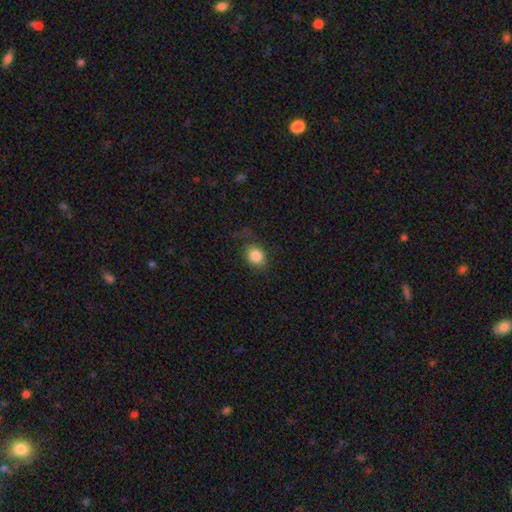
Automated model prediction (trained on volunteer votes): Morphology: type=smooth (85%); roundness=round (50%); merging=none (71%).